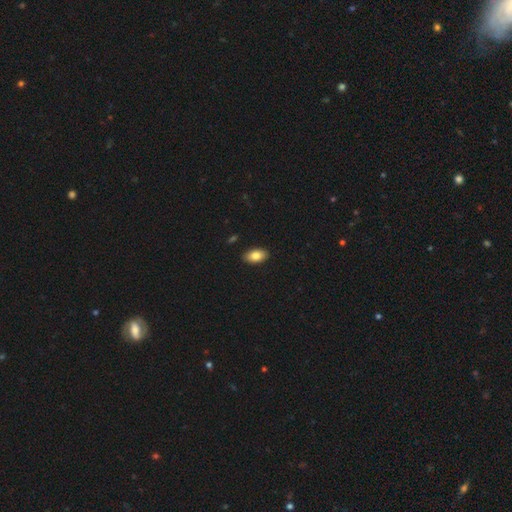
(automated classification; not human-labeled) Overall: smooth (82%). How rounded: in between (93%). Merging: none (90%).